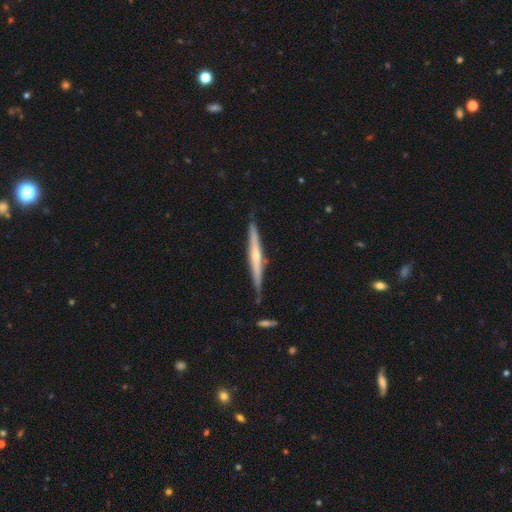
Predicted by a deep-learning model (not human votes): A featured or disk galaxy (69%) viewed edge-on (96%) with a rounded central bulge (70%).

Vote fractions:
- Smooth or featured? featured or disk: 69% / smooth: 25% / star or artifact: 6%
- Edge-on disk? yes: 96% / no: 4%
- Edge-on bulge? rounded: 70% / none: 26% / boxy: 5%
- Merging? none: 82% / minor disturbance: 13% / merger: 3% / major disturbance: 2%